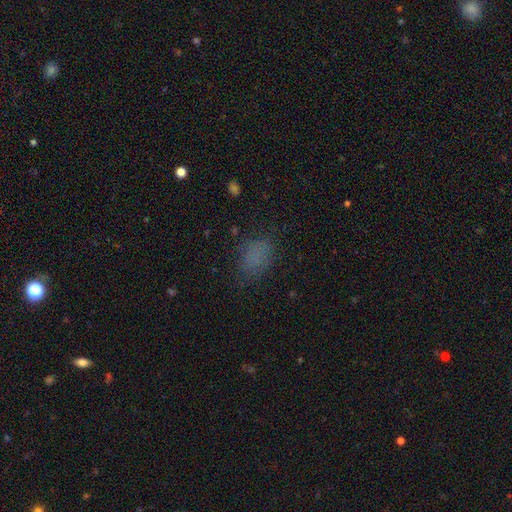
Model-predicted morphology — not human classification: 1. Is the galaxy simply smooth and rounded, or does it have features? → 73% smooth, 18% star or artifact, 9% featured or disk.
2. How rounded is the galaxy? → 79% in between, 20% round, 2% cigar-shaped.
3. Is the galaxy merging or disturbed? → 70% none, 19% minor disturbance, 10% major disturbance, 2% merger.